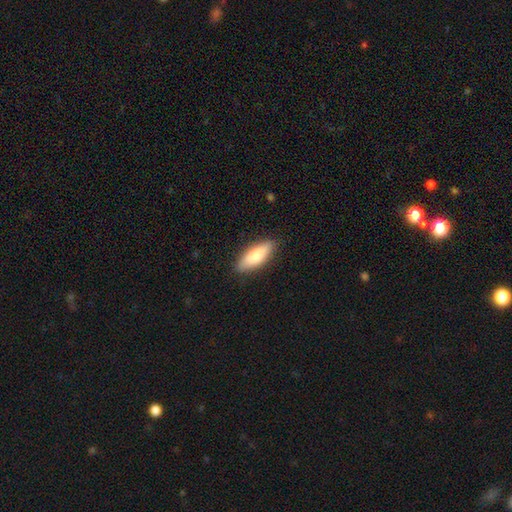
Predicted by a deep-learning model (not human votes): This appears to be a smooth galaxy with no disk features (79%) that is in between round and cigar-shaped (66%). Merging: none (87%).